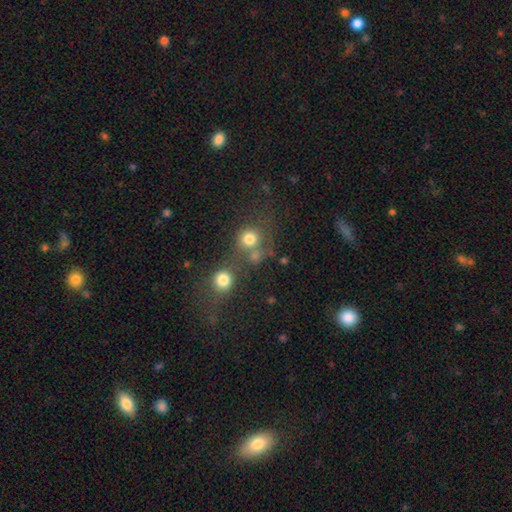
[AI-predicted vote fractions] Morphology: type=smooth (71%); roundness=round (86%); merging=none (48%).